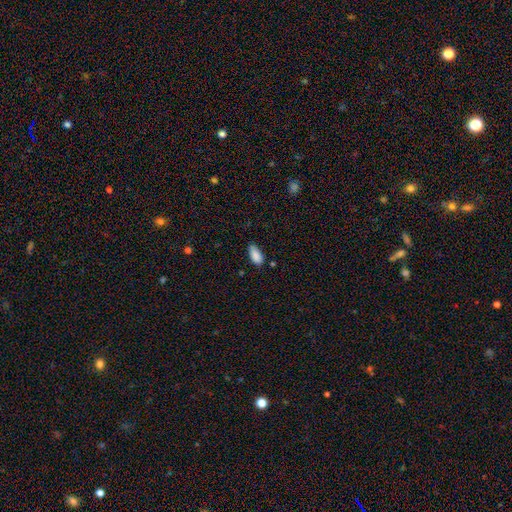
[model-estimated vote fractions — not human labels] smooth-or-featured: smooth: 88% | star or artifact: 7% | featured or disk: 5%
  how-rounded: in between: 88% | cigar-shaped: 10% | round: 2%
  merging: none: 66% | minor disturbance: 27% | major disturbance: 4% | merger: 2%